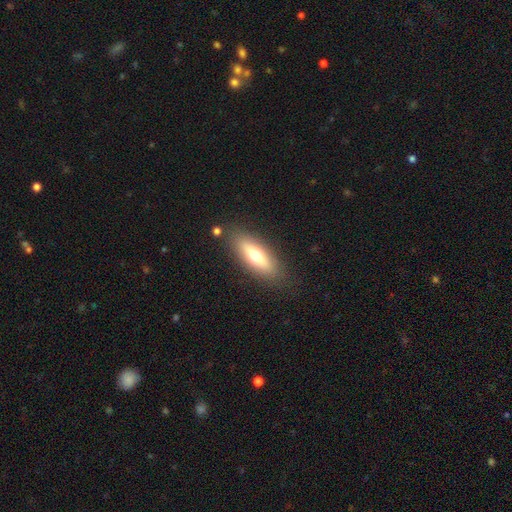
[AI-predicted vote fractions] A smooth galaxy with no disk features (57%) that is in between round and cigar-shaped (51%).

Vote fractions:
- Smooth or featured? smooth: 57% / featured or disk: 36% / star or artifact: 7%
- How rounded? in between: 51% / cigar-shaped: 46% / round: 2%
- Merging? none: 84% / minor disturbance: 10% / major disturbance: 3% / merger: 2%